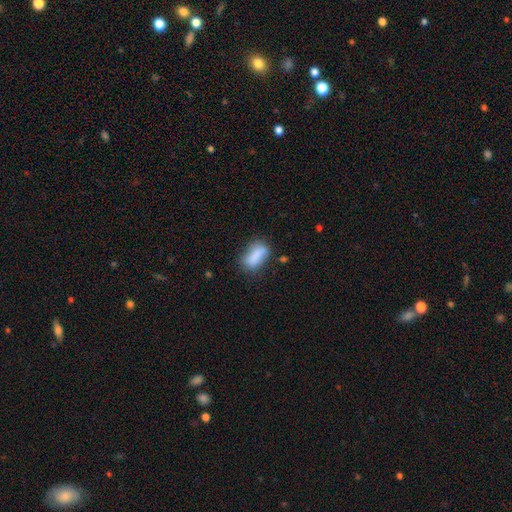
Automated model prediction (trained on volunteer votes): A smooth galaxy with no disk features (81%) that is in between round and cigar-shaped (84%).

Vote fractions:
- Smooth or featured? smooth: 81% / featured or disk: 11% / star or artifact: 8%
- How rounded? in between: 84% / cigar-shaped: 10% / round: 6%
- Merging? none: 57% / minor disturbance: 26% / major disturbance: 9% / merger: 7%